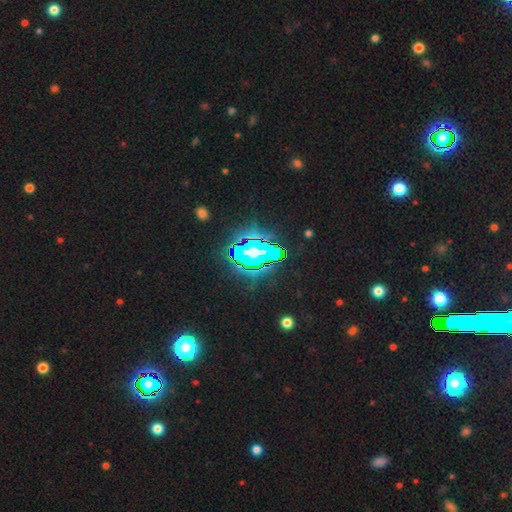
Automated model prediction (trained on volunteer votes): smooth-or-featured: star or artifact: 76% | smooth: 13% | featured or disk: 10%